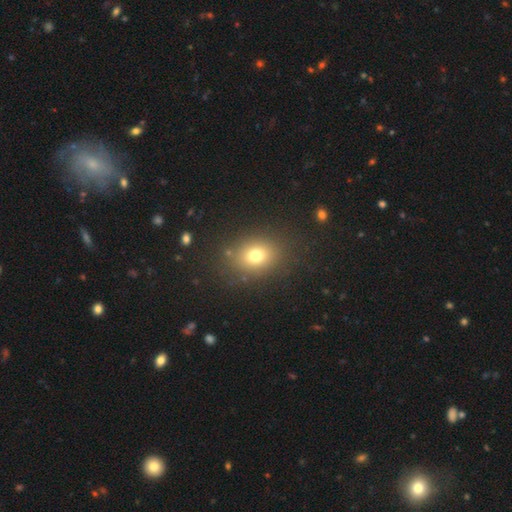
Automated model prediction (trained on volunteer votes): Smooth or featured? Predicted: smooth (p=0.74). How rounded? Predicted: round (p=0.53). Merging? Predicted: none (p=0.83).